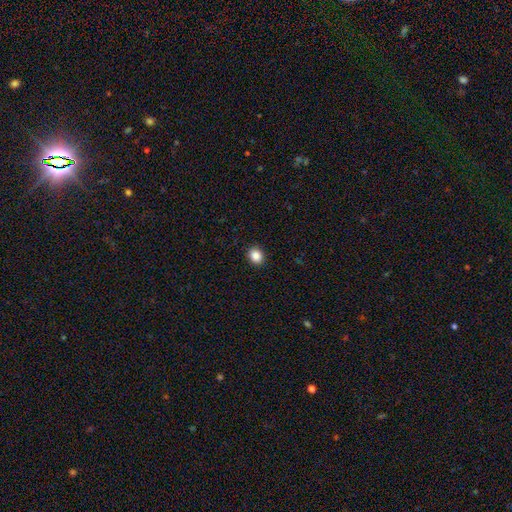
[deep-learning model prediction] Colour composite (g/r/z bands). It shows a smooth galaxy with no disk features (87%) that is round (73%). Merging: none (92%).